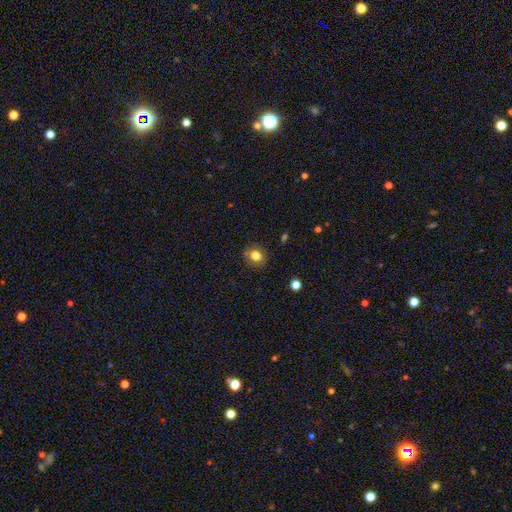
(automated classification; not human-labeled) This appears to be a smooth galaxy with no disk features (81%) that is round (60%). Merging: none (85%).